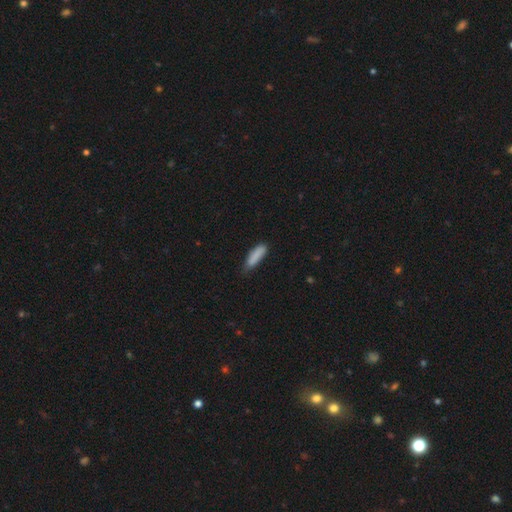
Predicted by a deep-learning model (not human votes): smooth_or_featured: smooth (p=0.87) [alt: star or artifact p=0.07]
how_rounded: cigar-shaped (p=0.60) [alt: in between p=0.39]
merging: none (p=0.67) [alt: minor disturbance p=0.27]